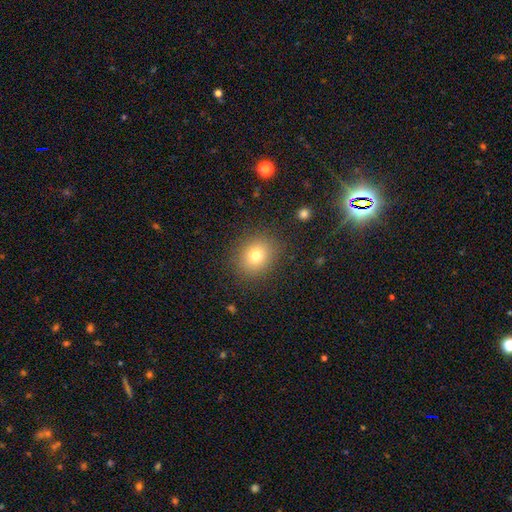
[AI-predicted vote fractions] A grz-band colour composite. It shows a smooth galaxy with no disk features (76%) that is round (67%). Merging: none (86%).